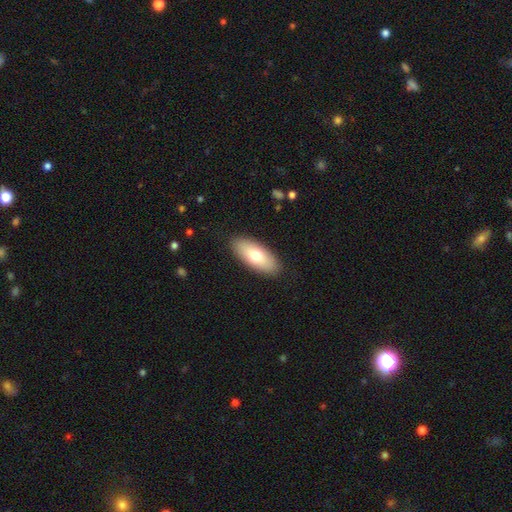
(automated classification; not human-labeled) smooth 73%, featured or disk 21%, star or artifact 6%. Down the decision tree: how rounded — in between (85%); merging — none (88%).